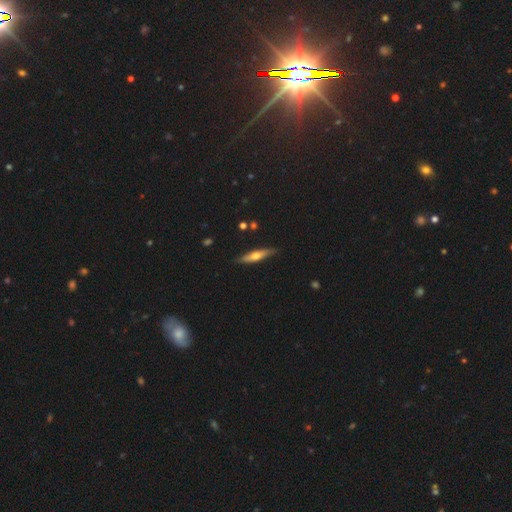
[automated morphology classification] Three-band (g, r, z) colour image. It shows a featured or disk galaxy (48%). Merging: none (85%).